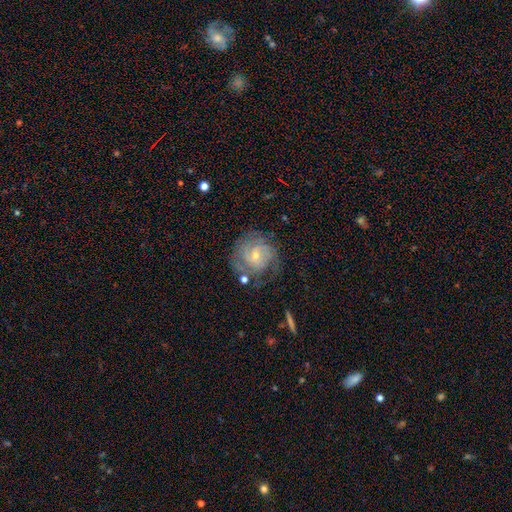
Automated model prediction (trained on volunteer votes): A featured or disk galaxy (78%) with no bar (60%), tight (64%) spiral arms (92%) and a small central bulge (65%).

Vote fractions:
- Smooth or featured? featured or disk: 78% / smooth: 15% / star or artifact: 8%
- Edge-on disk? no: 97% / yes: 3%
- Bar? no: 60% / weak: 33% / strong: 7%
- Spiral arms? yes: 92% / no: 8%
- Spiral winding? tight: 64% / medium: 28% / loose: 8%
- Spiral arm count? can't tell: 36% / 2: 27% / 3: 19% / 4: 8% / 1: 5% / more than 4: 5%
- Bulge size? small: 65% / moderate: 31% / large: 2% / none: 1% / dominant: 1%
- Merging? none: 67% / minor disturbance: 19% / major disturbance: 11% / merger: 4%